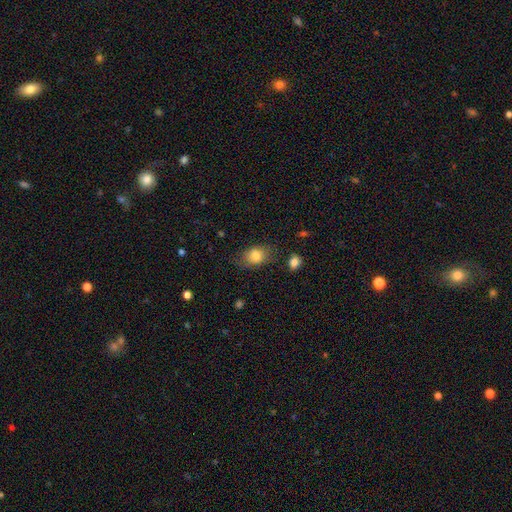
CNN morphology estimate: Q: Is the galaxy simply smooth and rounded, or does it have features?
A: smooth — 78%.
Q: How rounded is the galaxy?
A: in between — 73%.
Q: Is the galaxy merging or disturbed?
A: none — 68%.